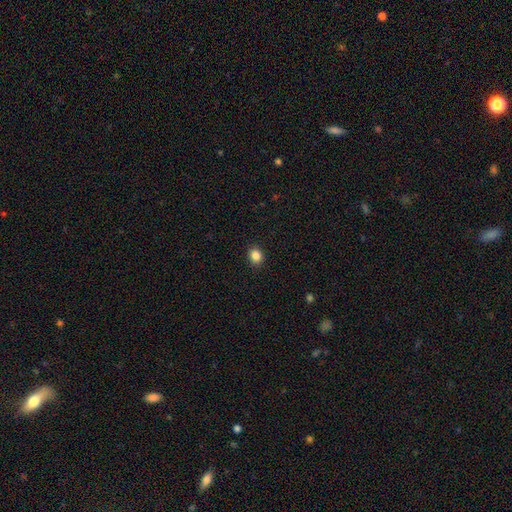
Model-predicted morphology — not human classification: This is clearly a smooth galaxy (85%). How rounded: likely round (68%). Merging: clearly none (91%).